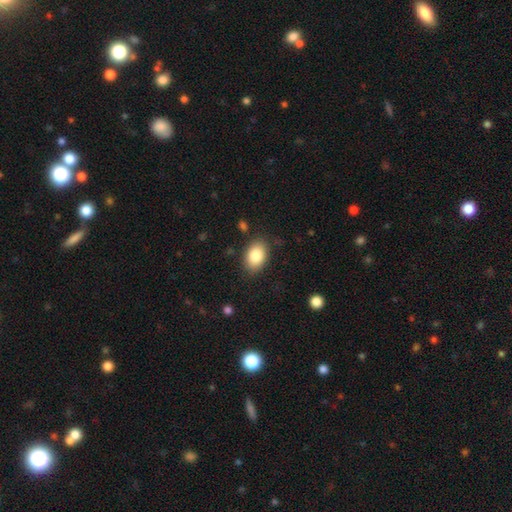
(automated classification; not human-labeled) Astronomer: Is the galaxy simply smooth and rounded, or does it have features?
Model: smooth — 84%.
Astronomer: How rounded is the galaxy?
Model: in between — 84%.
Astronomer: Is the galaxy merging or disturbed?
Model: none — 84%.